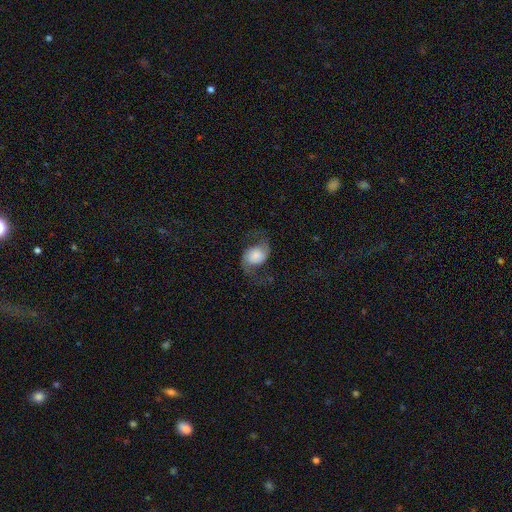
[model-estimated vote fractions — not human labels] Overall: featured or disk (64%; smooth 27%). Edge-on disk: no (97%). Bar: no (67%). Spiral arms: yes (92%). Spiral arm count: 2 (93%). Spiral winding: loose (69%). Bulge size: large (23%; small 22%). Merging: none (64%).